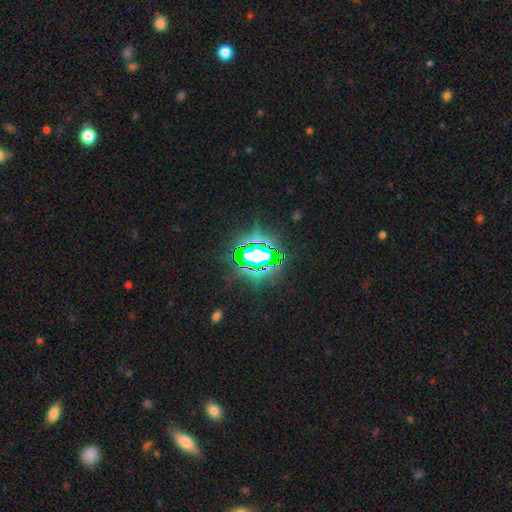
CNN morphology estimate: Smooth or featured? star or artifact (78%)